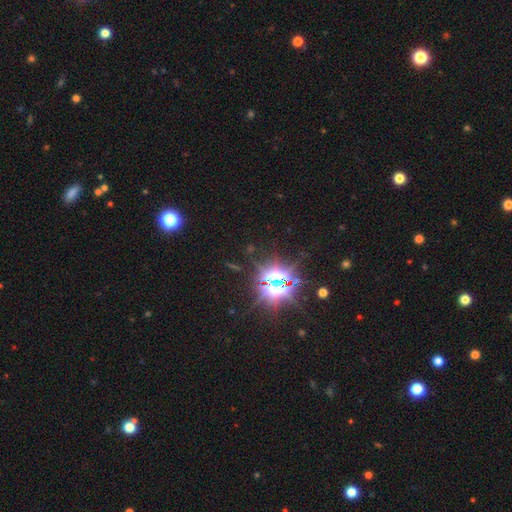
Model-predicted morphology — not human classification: Overall: star or artifact (83%).